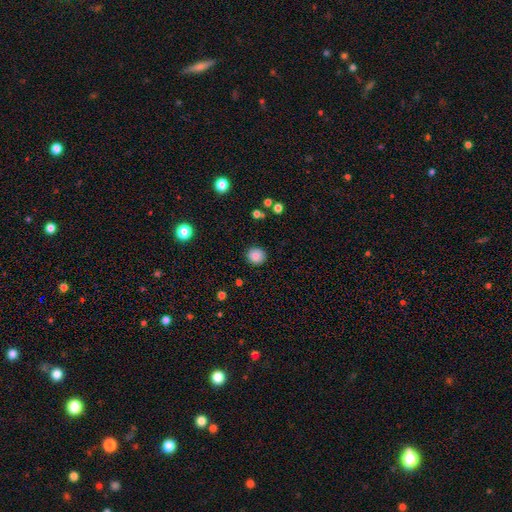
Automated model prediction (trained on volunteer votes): Morphology: type=smooth (83%); roundness=round (91%); merging=none (91%).